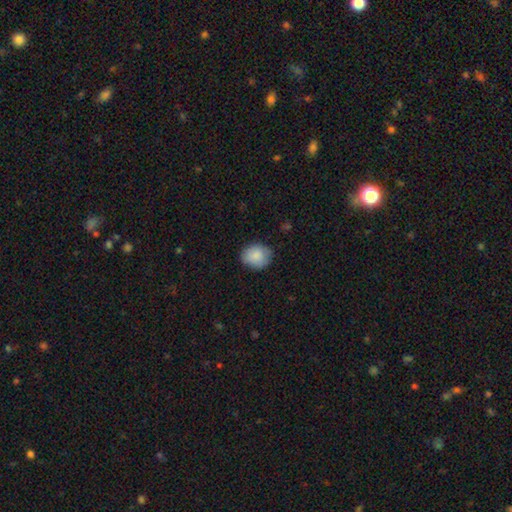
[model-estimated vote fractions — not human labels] Smooth or featured?
  - smooth: 87% *
  - star or artifact: 7%
  - featured or disk: 6%
How rounded?
  - round: 59% *
  - in between: 40%
  - cigar-shaped: 1%
Merging?
  - none: 79% *
  - minor disturbance: 16%
  - major disturbance: 3%
  - merger: 1%